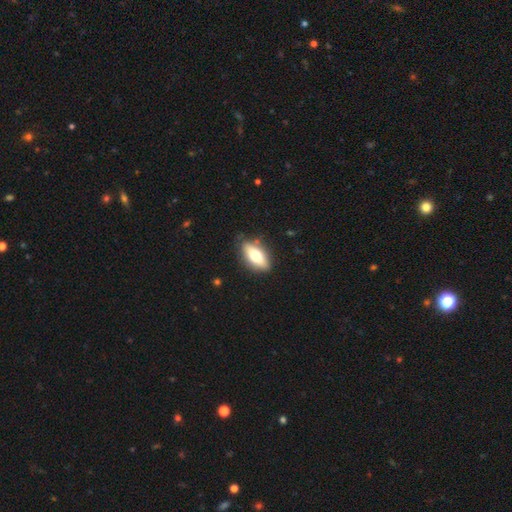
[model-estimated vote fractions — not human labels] smooth-or-featured: smooth: 63% | featured or disk: 31% | star or artifact: 7%
  how-rounded: in between: 81% | cigar-shaped: 16% | round: 4%
  merging: none: 81% | minor disturbance: 14% | major disturbance: 3% | merger: 2%